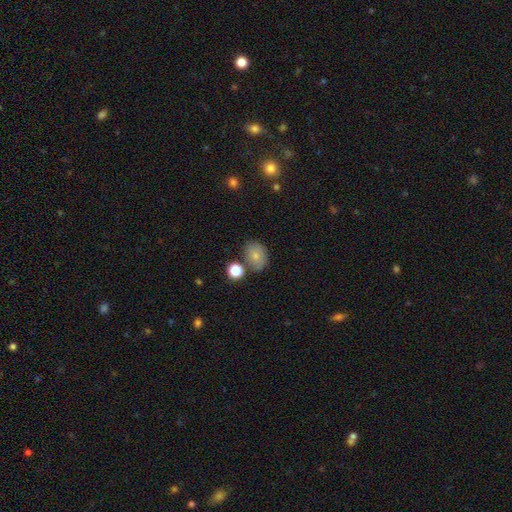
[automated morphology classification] This appears to be a smooth galaxy with no disk features (77%) that is in between round and cigar-shaped (62%). Merging: none (71%).